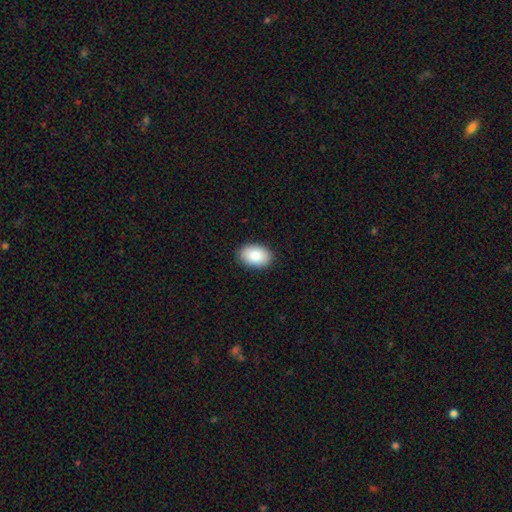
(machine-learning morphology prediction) Smooth or featured?
  - smooth: 86% *
  - featured or disk: 8%
  - star or artifact: 7%
How rounded?
  - in between: 89% *
  - round: 10%
  - cigar-shaped: 1%
Merging?
  - none: 90% *
  - minor disturbance: 7%
  - major disturbance: 2%
  - merger: 1%